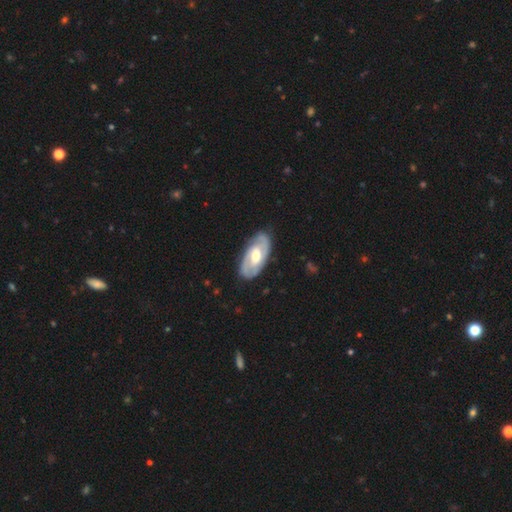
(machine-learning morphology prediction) Smooth or featured?
  - featured or disk: 79% *
  - smooth: 17%
  - star or artifact: 4%
Edge-on disk?
  - no: 94% *
  - yes: 6%
Bar?
  - no: 43% *
  - weak: 41%
  - strong: 16%
Spiral arms?
  - yes: 83% *
  - no: 17%
Spiral winding?
  - tight: 56% *
  - medium: 34%
  - loose: 10%
Spiral arm count?
  - 2: 80% *
  - can't tell: 13%
  - 3: 2%
  - 1: 2%
  - 4: 1%
  - more than 4: 1%
Bulge size?
  - moderate: 73% *
  - large: 13%
  - small: 12%
  - none: 1%
  - dominant: 1%
Merging?
  - none: 84% *
  - minor disturbance: 12%
  - major disturbance: 3%
  - merger: 1%